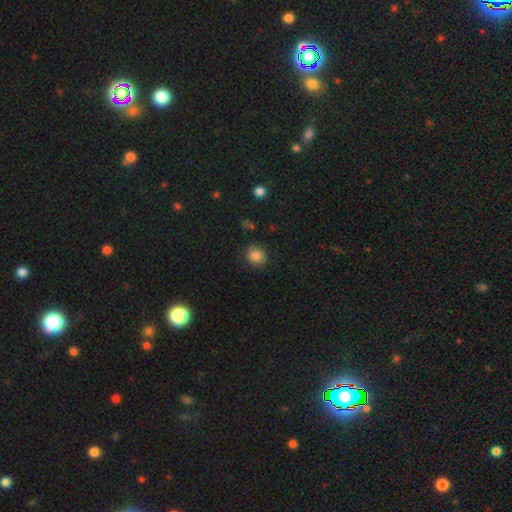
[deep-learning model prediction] smooth 84%, star or artifact 10%, featured or disk 6%. Down the decision tree: how rounded — round (72%); merging — none (86%).